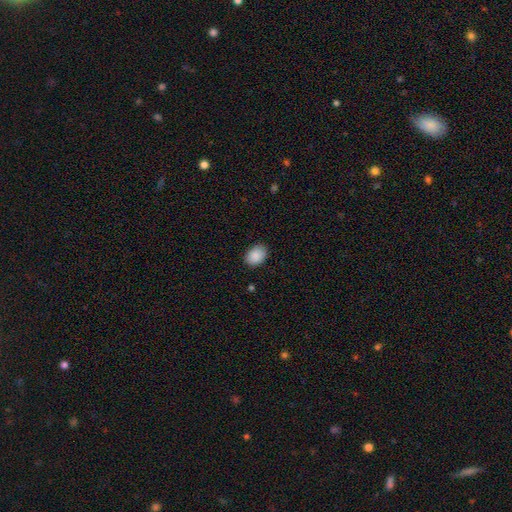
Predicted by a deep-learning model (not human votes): A smooth galaxy with no disk features (89%) that is in between round and cigar-shaped (78%). Merging: none (87%).